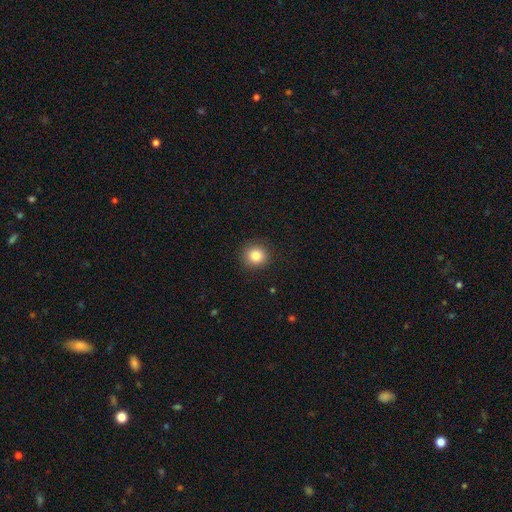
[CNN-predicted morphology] A smooth galaxy with no disk features (84%) that is round (91%).

Vote fractions:
- Smooth or featured? smooth: 84% / star or artifact: 11% / featured or disk: 6%
- How rounded? round: 91% / in between: 8% / cigar-shaped: 1%
- Merging? none: 90% / minor disturbance: 7% / major disturbance: 2% / merger: 1%